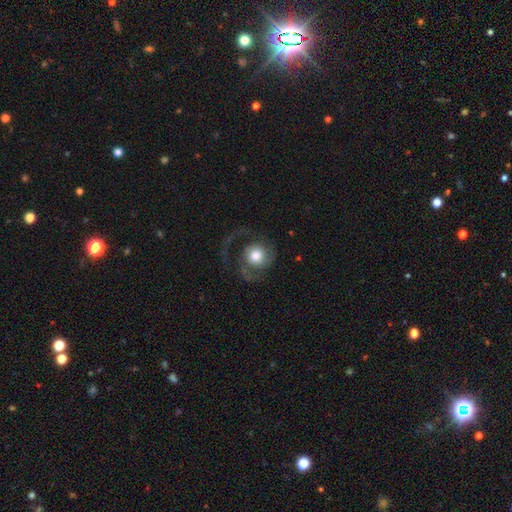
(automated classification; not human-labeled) Smooth or featured: featured or disk — 60% (smooth — 34%)
Edge-on disk: no — 98% (yes — 2%)
Bar: no — 78% (weak — 18%)
Spiral arms: yes — 88% (no — 12%)
Spiral winding: loose — 40% (medium — 39%)
Spiral arm count: 1 — 51% (2 — 37%)
Bulge size: large — 43% (moderate — 41%)
Merging: none — 47% (major disturbance — 36%)